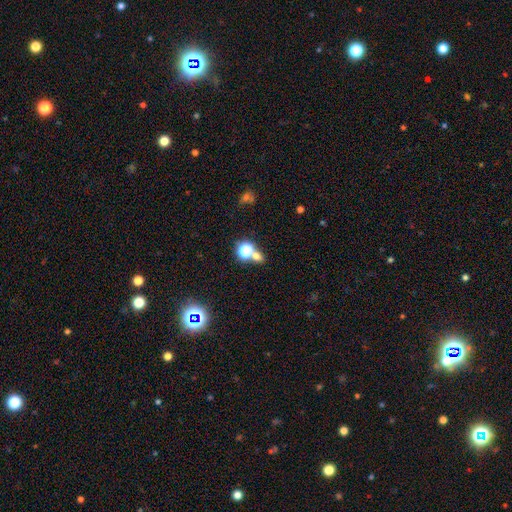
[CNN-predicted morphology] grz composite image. It shows a smooth galaxy with no disk features (58%) that is round (69%). Merging: none (54%).